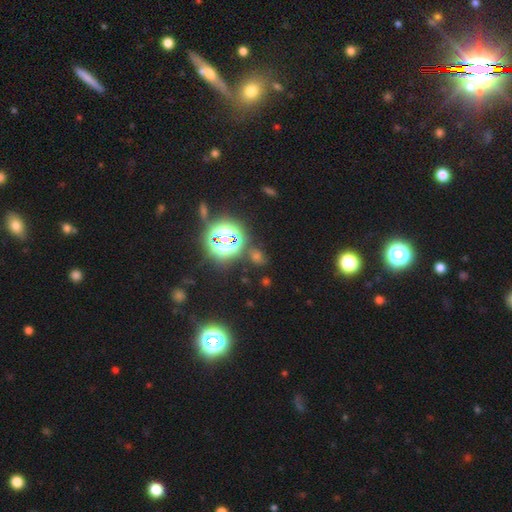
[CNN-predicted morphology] Q: Smooth or featured?
A: star or artifact (61%); runner-up: smooth (30%)